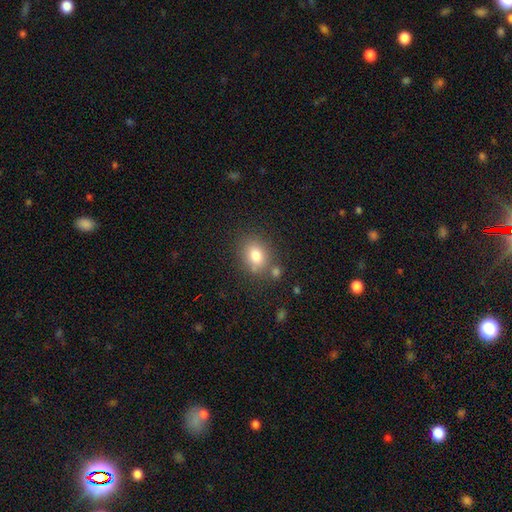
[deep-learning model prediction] The model was most divided on "how rounded": in between: 50%, round: 48%, cigar-shaped: 1%. More confident: smooth or featured — smooth (79%); merging — none (72%).